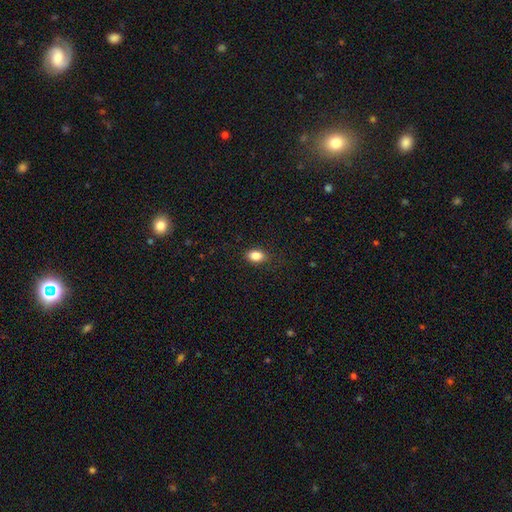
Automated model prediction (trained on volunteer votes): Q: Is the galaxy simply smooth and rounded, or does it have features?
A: smooth — 85%.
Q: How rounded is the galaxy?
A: in between — 76%.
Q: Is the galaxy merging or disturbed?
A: none — 86%.